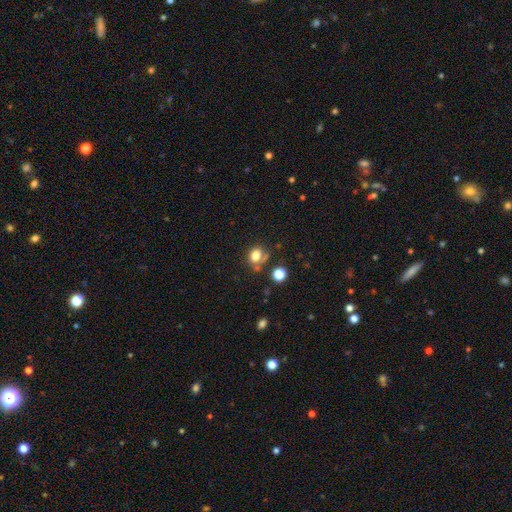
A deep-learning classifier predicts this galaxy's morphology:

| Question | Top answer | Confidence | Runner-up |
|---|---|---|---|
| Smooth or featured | smooth | 76% | star or artifact (14%) |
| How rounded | in between | 51% | round (48%) |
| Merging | none | 56% | minor disturbance (18%) |